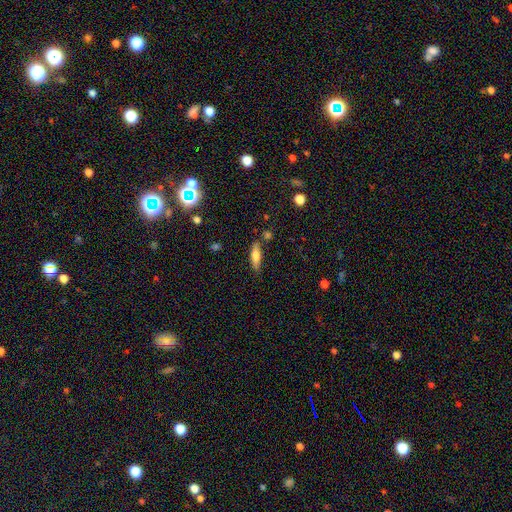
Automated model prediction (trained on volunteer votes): Morphology: type=smooth (65%); roundness=cigar-shaped (57%); merging=none (77%).